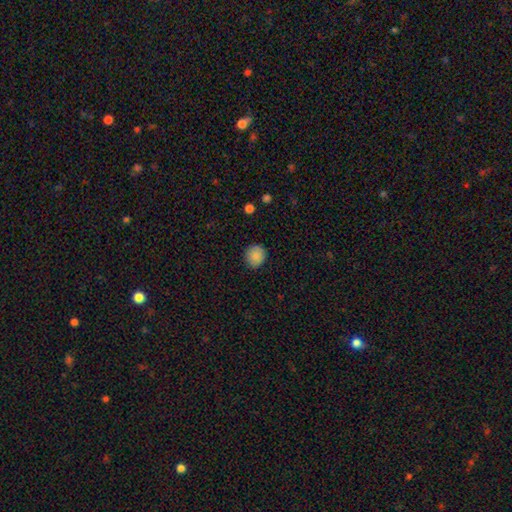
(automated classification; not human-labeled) Q: Smooth or featured?
A: smooth (88%); runner-up: star or artifact (9%)
Q: How rounded?
A: round (87%); runner-up: in between (13%)
Q: Merging?
A: none (88%); runner-up: minor disturbance (9%)